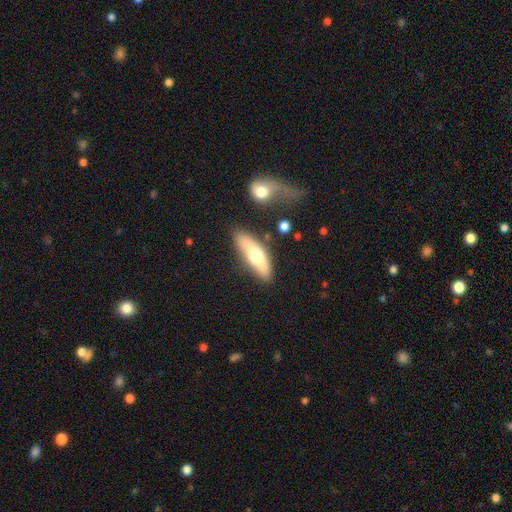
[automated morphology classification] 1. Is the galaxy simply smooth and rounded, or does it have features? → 56% smooth, 38% featured or disk, 6% star or artifact.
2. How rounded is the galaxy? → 50% in between, 47% cigar-shaped, 3% round.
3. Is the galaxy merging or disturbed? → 77% none, 14% minor disturbance, 5% merger, 4% major disturbance.